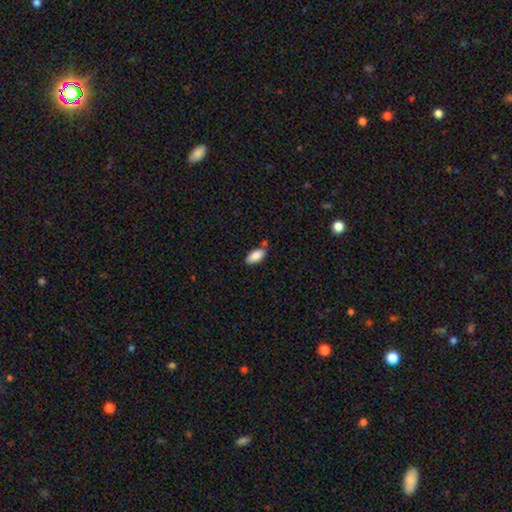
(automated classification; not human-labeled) The model was most divided on "merging": none: 75%, minor disturbance: 14%, merger: 8%, major disturbance: 3%. More confident: how rounded — in between (90%); smooth or featured — smooth (88%).